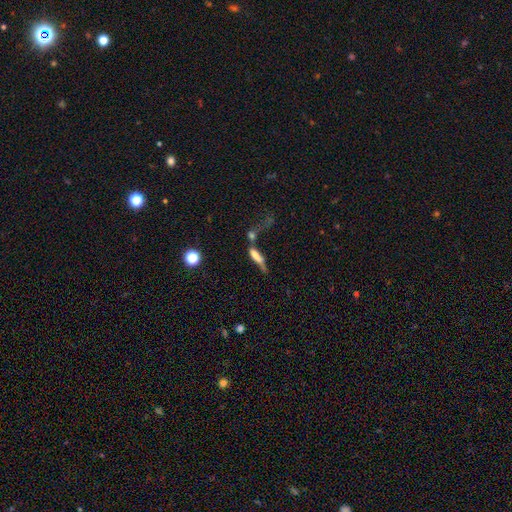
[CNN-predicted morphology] Smooth or featured? smooth (50%)
How rounded? cigar-shaped (60%)
Merging? merger (33%)